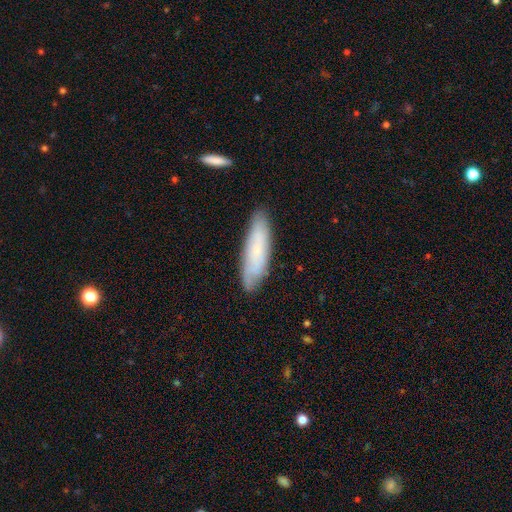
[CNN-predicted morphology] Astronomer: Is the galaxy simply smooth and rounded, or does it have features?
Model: smooth — 56% (runner-up: featured or disk, 35%).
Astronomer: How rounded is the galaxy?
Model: cigar-shaped — 62%.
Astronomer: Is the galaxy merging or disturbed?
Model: none — 81%.